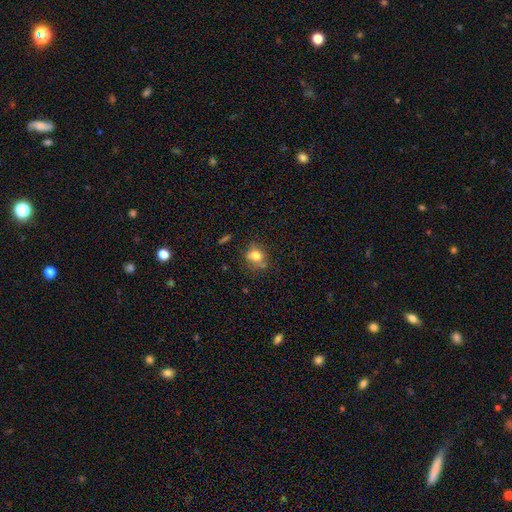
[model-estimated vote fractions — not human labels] Smooth or featured?
  - smooth: 72% *
  - featured or disk: 15%
  - star or artifact: 13%
How rounded?
  - round: 64% *
  - in between: 34%
  - cigar-shaped: 2%
Merging?
  - none: 63% *
  - minor disturbance: 21%
  - merger: 9%
  - major disturbance: 7%